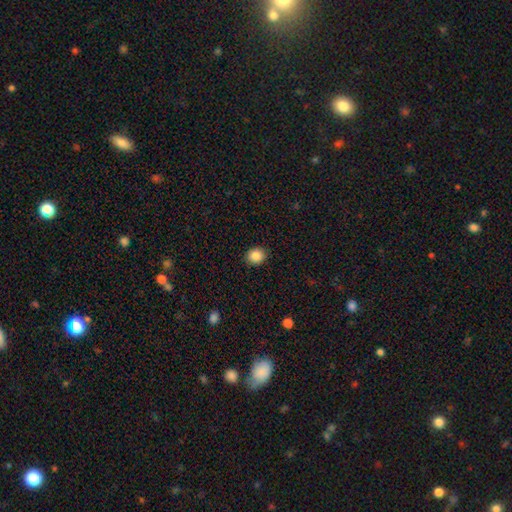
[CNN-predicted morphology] smooth 87%, star or artifact 9%, featured or disk 4%. Down the decision tree: how rounded — round (72%); merging — none (90%).